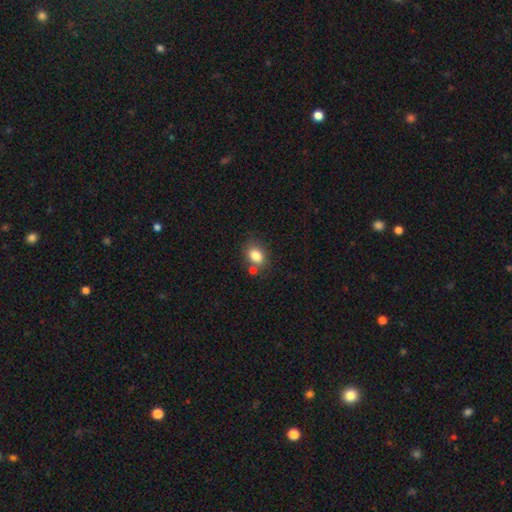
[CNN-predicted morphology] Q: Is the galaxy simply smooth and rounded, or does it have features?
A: smooth — 83%.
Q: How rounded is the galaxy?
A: in between — 67%.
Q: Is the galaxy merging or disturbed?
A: none — 66%.